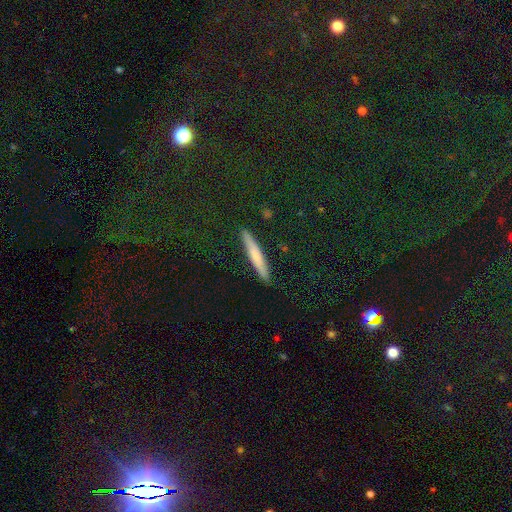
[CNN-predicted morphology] Q: Smooth or featured?
A: smooth (60%); runner-up: featured or disk (32%)
Q: How rounded?
A: cigar-shaped (93%); runner-up: in between (5%)
Q: Merging?
A: none (90%); runner-up: minor disturbance (7%)